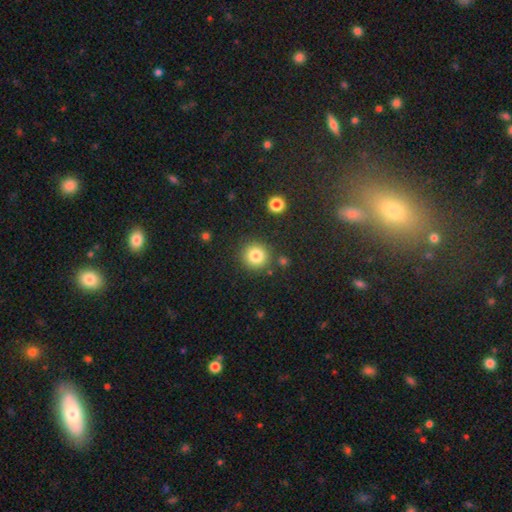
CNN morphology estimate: Smooth or featured?
  - smooth: 82% *
  - star or artifact: 12%
  - featured or disk: 7%
How rounded?
  - round: 93% *
  - in between: 6%
  - cigar-shaped: 1%
Merging?
  - none: 87% *
  - minor disturbance: 7%
  - merger: 4%
  - major disturbance: 3%